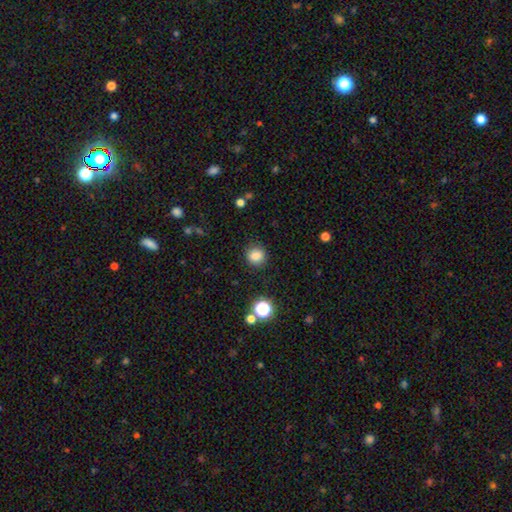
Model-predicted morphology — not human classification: Q: Smooth or featured?
A: smooth (83%); runner-up: star or artifact (13%)
Q: How rounded?
A: round (83%); runner-up: in between (16%)
Q: Merging?
A: none (87%); runner-up: minor disturbance (8%)